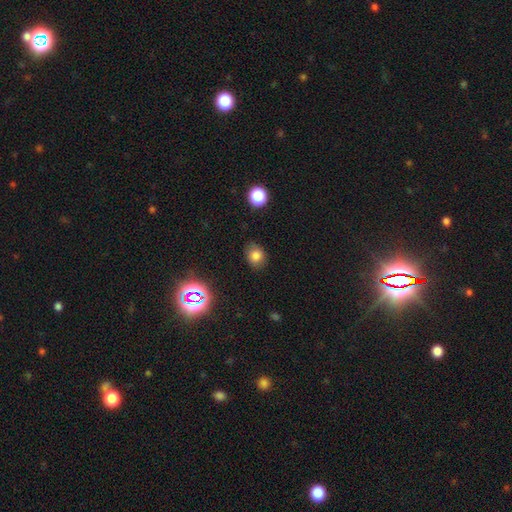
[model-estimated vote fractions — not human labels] The model was most divided on "how rounded": round: 60%, in between: 39%, cigar-shaped: 1%. More confident: merging — none (81%); smooth or featured — smooth (78%).